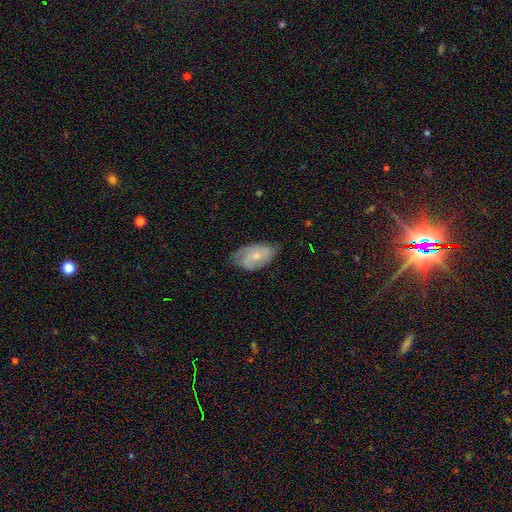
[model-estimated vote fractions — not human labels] smooth_or_featured: featured or disk (p=0.60) [alt: smooth p=0.34]
disk_edge_on: no (p=0.95) [alt: yes p=0.05]
bar: no (p=0.59) [alt: weak p=0.34]
has_spiral_arms: yes (p=0.87) [alt: no p=0.13]
bulge_size: small (p=0.60) [alt: moderate p=0.34]
merging: none (p=0.61) [alt: minor disturbance p=0.30]